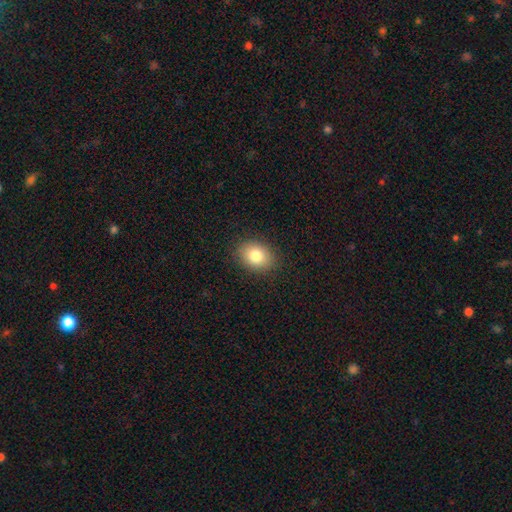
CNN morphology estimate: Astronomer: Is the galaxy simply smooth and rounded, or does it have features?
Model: smooth — 82%.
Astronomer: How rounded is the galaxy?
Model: in between — 66%.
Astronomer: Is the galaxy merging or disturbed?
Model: none — 88%.